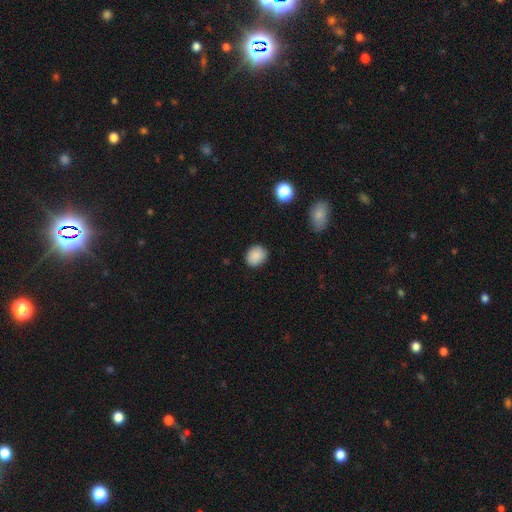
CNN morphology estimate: smooth 88%, star or artifact 8%, featured or disk 4%. Down the decision tree: how rounded — round (63%); merging — none (84%).